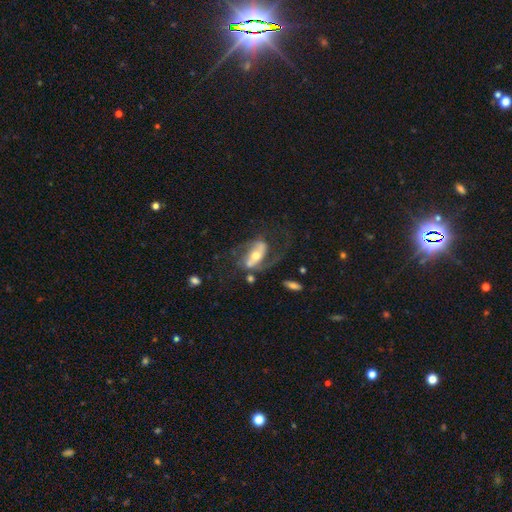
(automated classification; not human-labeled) Q: Smooth or featured?
A: featured or disk (75%); runner-up: smooth (18%)
Q: Edge-on disk?
A: no (92%); runner-up: yes (8%)
Q: Bar?
A: strong (41%); runner-up: weak (30%)
Q: Spiral arms?
A: yes (85%); runner-up: no (15%)
Q: Spiral winding?
A: loose (45%); runner-up: medium (41%)
Q: Spiral arm count?
A: 2 (78%); runner-up: 1 (10%)
Q: Bulge size?
A: moderate (61%); runner-up: small (27%)
Q: Merging?
A: none (45%); runner-up: major disturbance (28%)